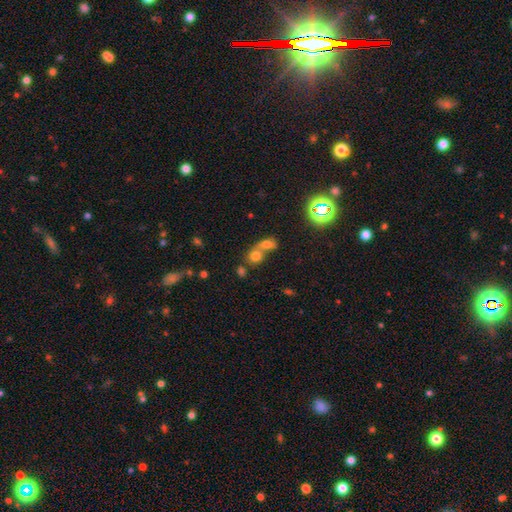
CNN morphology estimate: smooth 71%, star or artifact 17%, featured or disk 13%. Down the decision tree: how rounded — round (65%); merging — merger (64%).